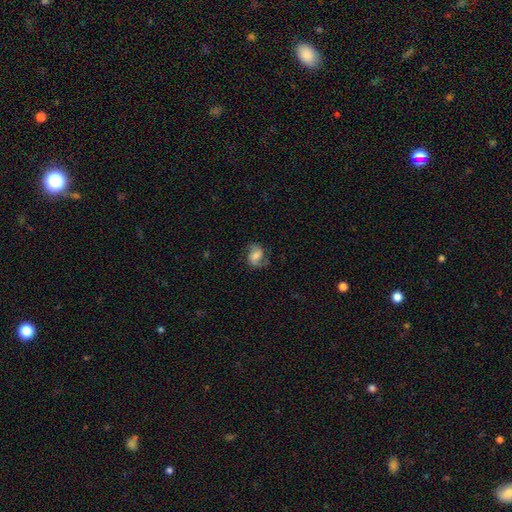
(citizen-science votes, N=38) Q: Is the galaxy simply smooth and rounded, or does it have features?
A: featured or disk — 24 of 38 (63%).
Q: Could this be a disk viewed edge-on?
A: no — 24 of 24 (100%).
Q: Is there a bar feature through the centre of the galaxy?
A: weak — 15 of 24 (62%).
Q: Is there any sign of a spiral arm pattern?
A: yes — 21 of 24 (88%).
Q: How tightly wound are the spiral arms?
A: loose — 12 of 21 (57%).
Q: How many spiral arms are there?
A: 2 — 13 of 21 (62%).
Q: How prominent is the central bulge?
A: moderate — 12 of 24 (50%).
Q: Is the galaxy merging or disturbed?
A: none — 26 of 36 (72%).